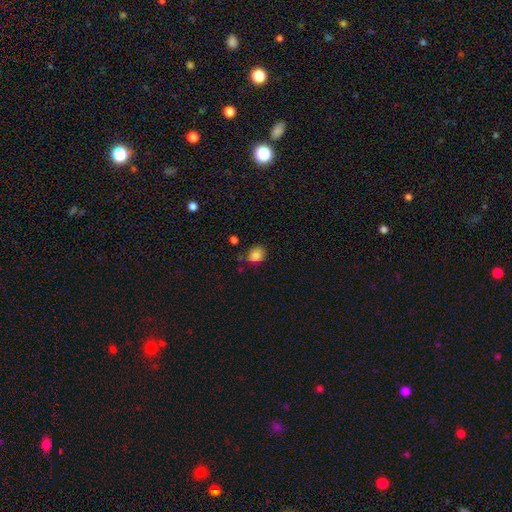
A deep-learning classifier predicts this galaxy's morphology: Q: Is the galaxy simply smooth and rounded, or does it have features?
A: smooth — 84%.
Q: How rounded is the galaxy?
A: round — 61%.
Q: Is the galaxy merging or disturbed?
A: none — 70%.